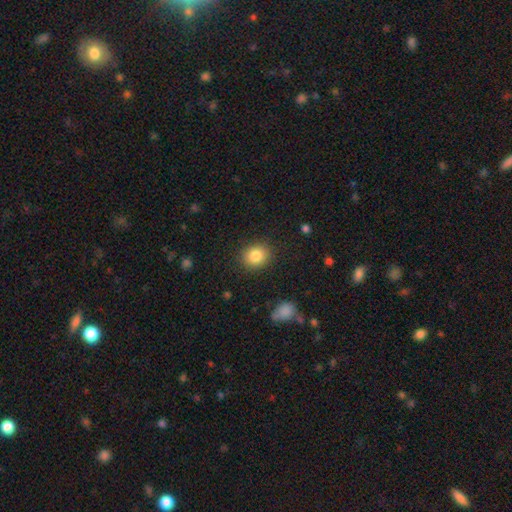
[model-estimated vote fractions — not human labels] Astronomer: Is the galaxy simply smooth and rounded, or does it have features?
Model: smooth — 85%.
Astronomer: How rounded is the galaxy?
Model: round — 66%.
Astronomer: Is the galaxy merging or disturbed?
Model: none — 88%.